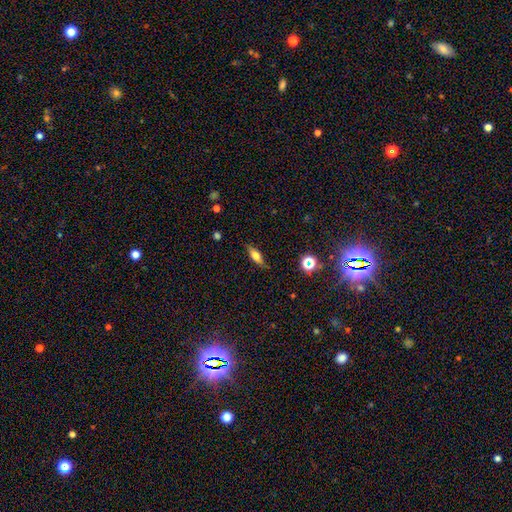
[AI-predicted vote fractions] smooth 63%, featured or disk 27%, star or artifact 10%. Down the decision tree: how rounded — in between (60%); merging — none (80%).